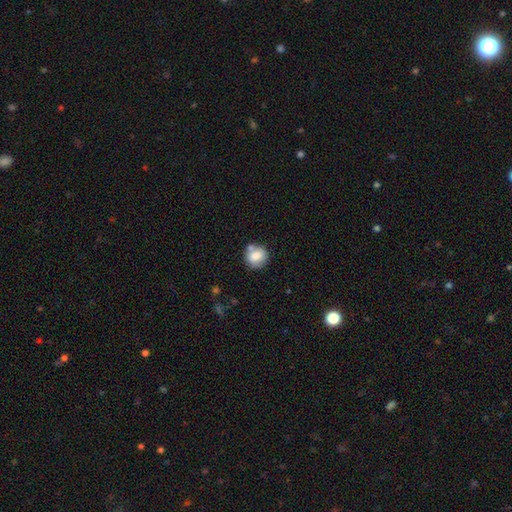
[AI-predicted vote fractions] This is likely a smooth galaxy (79%). How rounded: clearly round (82%). Merging: likely none (65%).